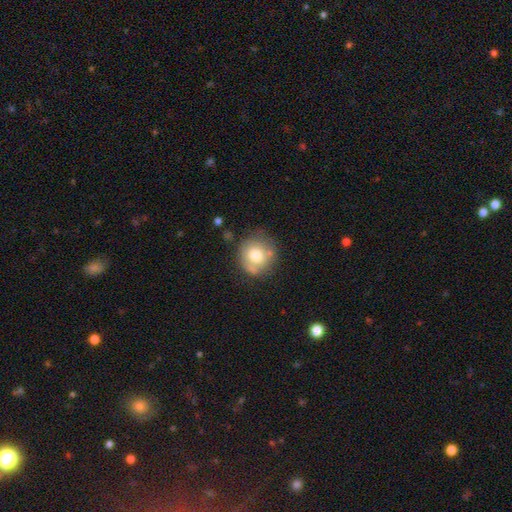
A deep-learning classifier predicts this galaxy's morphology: smooth-or-featured: smooth: 71% | featured or disk: 20% | star or artifact: 9%
  how-rounded: round: 86% | in between: 13% | cigar-shaped: 1%
  merging: none: 65% | minor disturbance: 21% | merger: 7% | major disturbance: 7%